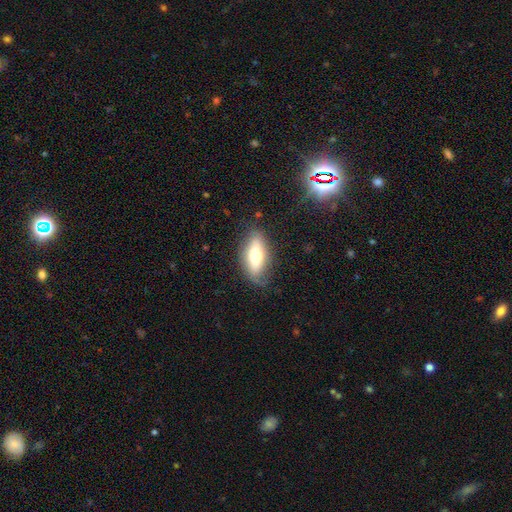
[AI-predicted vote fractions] Smooth or featured: smooth — 58% (featured or disk — 35%)
How rounded: in between — 76% (cigar-shaped — 21%)
Merging: none — 74% (minor disturbance — 19%)